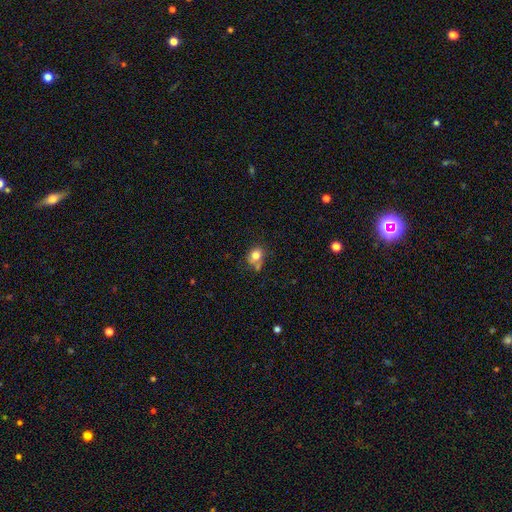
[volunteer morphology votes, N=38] Overall: smooth (87%). How rounded: round (61%; in between 39%). Merging: none (44%; major disturbance 19%).